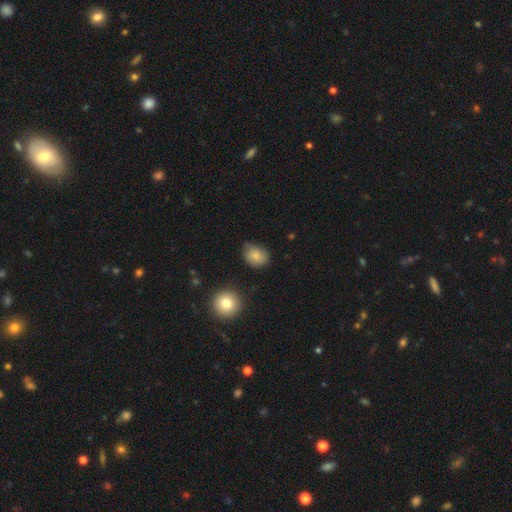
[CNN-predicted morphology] This is clearly a smooth galaxy (83%). How rounded: possibly in between (51%). Merging: likely none (66%).